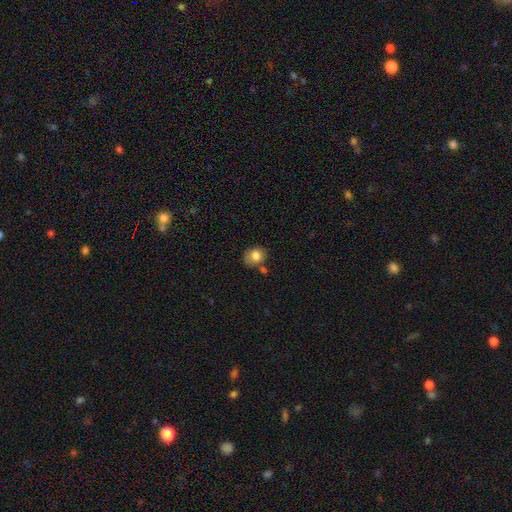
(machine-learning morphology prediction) A smooth galaxy with no disk features (80%) that is round (57%).

Vote fractions:
- Smooth or featured? smooth: 80% / featured or disk: 12% / star or artifact: 9%
- How rounded? round: 57% / in between: 42% / cigar-shaped: 1%
- Merging? none: 59% / minor disturbance: 21% / merger: 14% / major disturbance: 6%